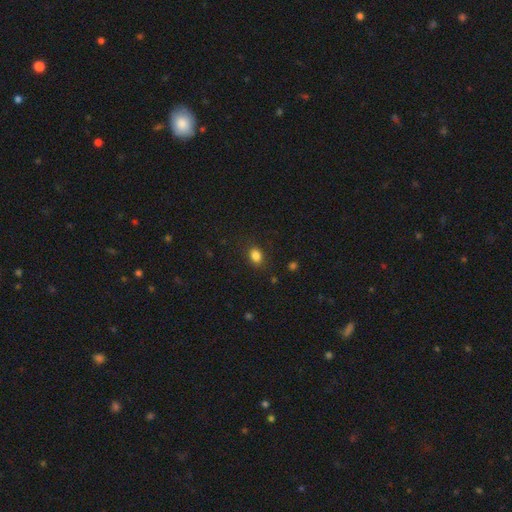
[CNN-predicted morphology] Smooth or featured? smooth (85%)
How rounded? in between (61%)
Merging? none (85%)